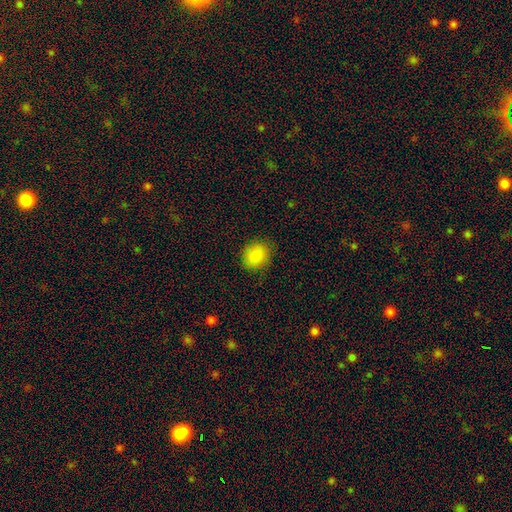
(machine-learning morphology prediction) Smooth or featured: smooth — 87% (star or artifact — 9%)
How rounded: round — 61% (in between — 38%)
Merging: none — 86% (minor disturbance — 10%)